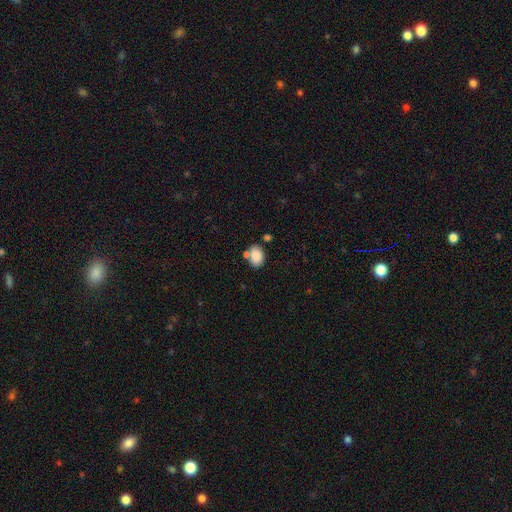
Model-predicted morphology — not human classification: Q: Smooth or featured?
A: smooth (87%); runner-up: star or artifact (8%)
Q: How rounded?
A: in between (80%); runner-up: round (19%)
Q: Merging?
A: none (65%); runner-up: minor disturbance (15%)